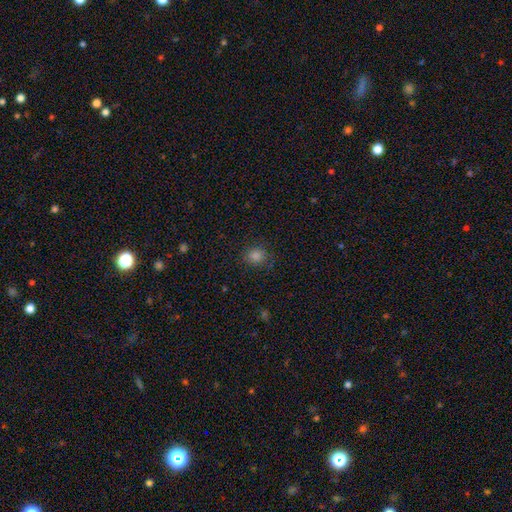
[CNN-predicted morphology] A smooth galaxy with no disk features (80%) that is round (83%). Merging: none (87%).